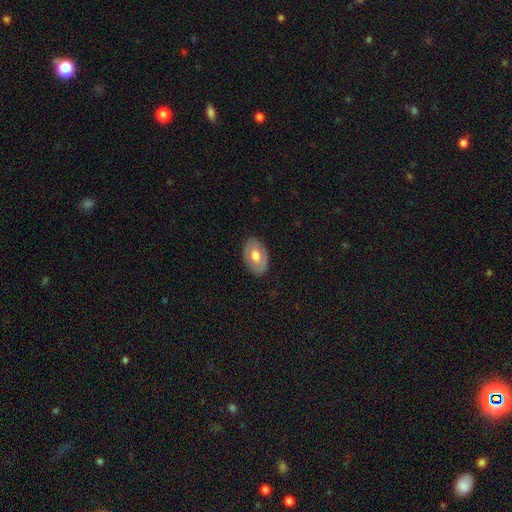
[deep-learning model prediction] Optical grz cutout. It shows a smooth galaxy with no disk features (57%) that is in between round and cigar-shaped (88%). Merging: none (83%).